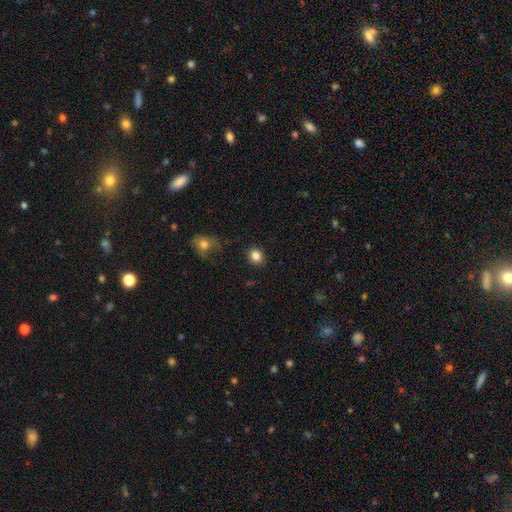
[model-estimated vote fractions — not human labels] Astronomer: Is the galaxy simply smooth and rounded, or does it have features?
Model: smooth — 85%.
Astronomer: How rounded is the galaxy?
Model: round — 77%.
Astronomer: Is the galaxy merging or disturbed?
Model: none — 87%.